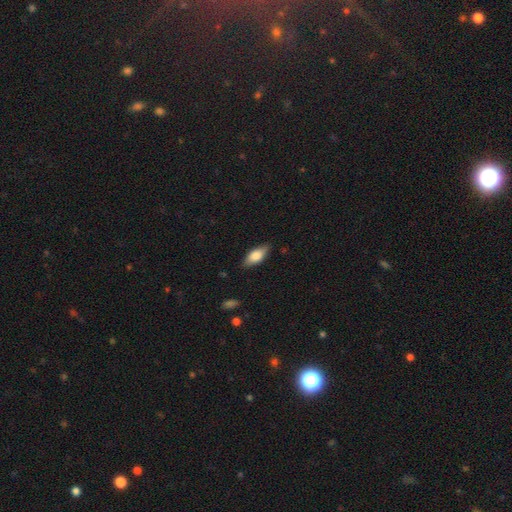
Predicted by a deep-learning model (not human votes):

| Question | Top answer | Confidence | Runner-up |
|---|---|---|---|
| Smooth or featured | smooth | 73% | featured or disk (20%) |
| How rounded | in between | 81% | cigar-shaped (16%) |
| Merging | none | 83% | minor disturbance (14%) |